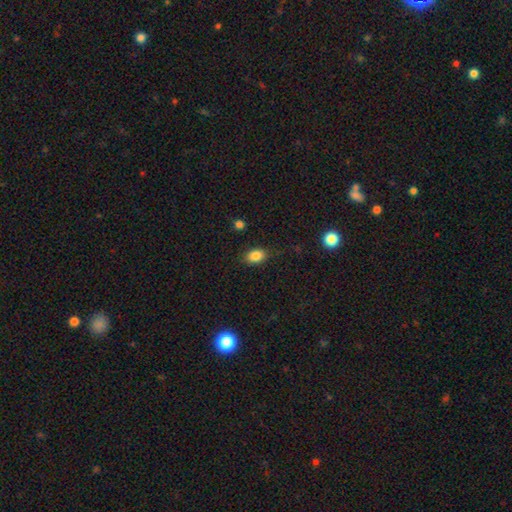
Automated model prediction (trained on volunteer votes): Smooth or featured?
  - smooth: 85% *
  - star or artifact: 9%
  - featured or disk: 6%
How rounded?
  - in between: 82% *
  - round: 17%
  - cigar-shaped: 1%
Merging?
  - none: 85% *
  - minor disturbance: 11%
  - major disturbance: 3%
  - merger: 1%